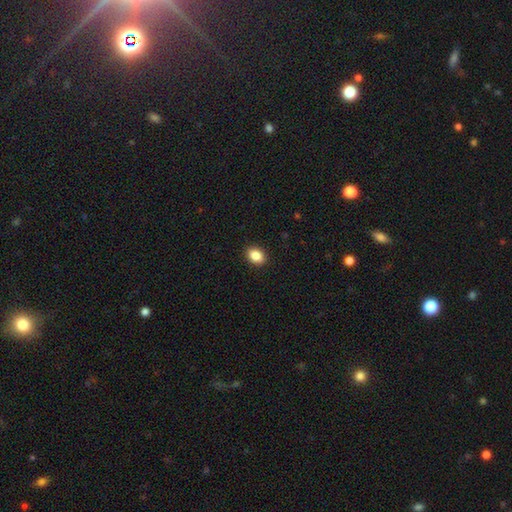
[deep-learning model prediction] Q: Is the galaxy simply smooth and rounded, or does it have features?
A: smooth — 88%.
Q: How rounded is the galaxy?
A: in between — 71%.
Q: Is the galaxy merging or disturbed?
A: none — 91%.